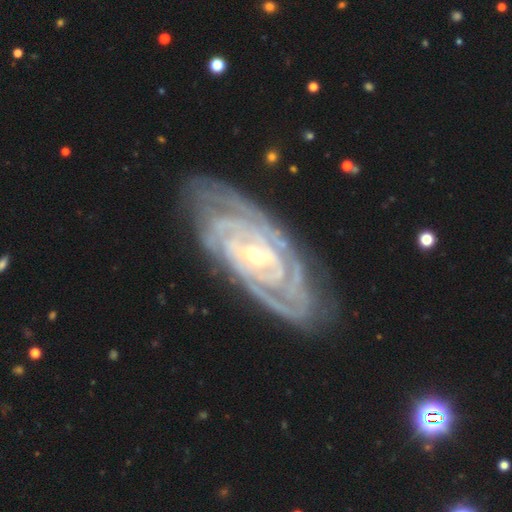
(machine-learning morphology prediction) smooth_or_featured: featured or disk (p=0.91) [alt: star or artifact p=0.05]
disk_edge_on: no (p=0.94) [alt: yes p=0.06]
bar: no (p=0.45) [alt: weak p=0.33]
has_spiral_arms: yes (p=0.98) [alt: no p=0.02]
spiral_winding: tight (p=0.83) [alt: medium p=0.15]
spiral_arm_count: 2 (p=0.23) [alt: can't tell p=0.22]
bulge_size: small (p=0.61) [alt: moderate p=0.36]
merging: none (p=0.79) [alt: minor disturbance p=0.15]